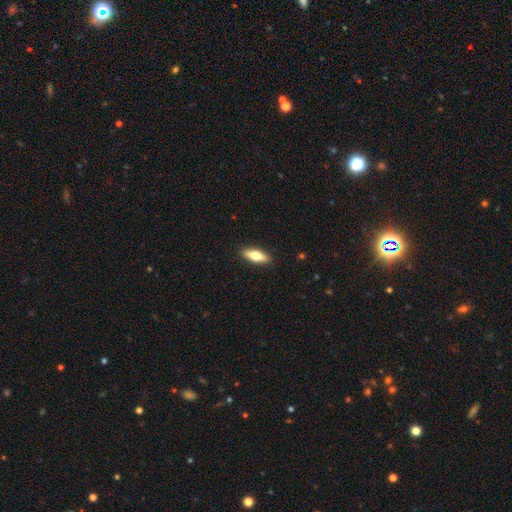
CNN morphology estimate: smooth_or_featured: smooth (p=0.60) [alt: featured or disk p=0.34]
how_rounded: in between (p=0.53) [alt: cigar-shaped p=0.44]
merging: none (p=0.90) [alt: minor disturbance p=0.07]